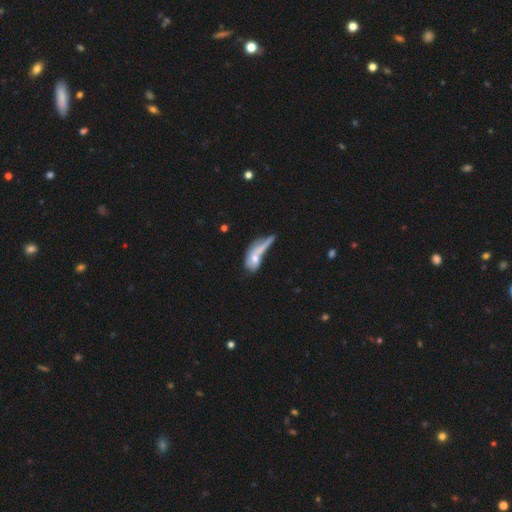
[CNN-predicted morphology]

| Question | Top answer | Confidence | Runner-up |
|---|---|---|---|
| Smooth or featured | smooth | 59% | featured or disk (32%) |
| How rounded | in between | 64% | cigar-shaped (25%) |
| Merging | merger | 39% | major disturbance (25%) |